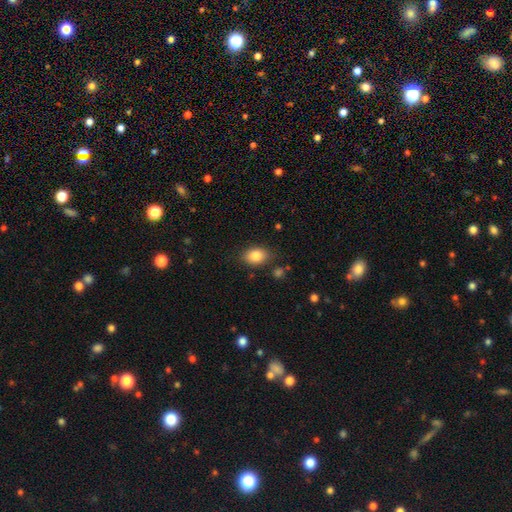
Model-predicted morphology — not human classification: A smooth galaxy with no disk features (84%) that is in between round and cigar-shaped (79%).

Vote fractions:
- Smooth or featured? smooth: 84% / star or artifact: 8% / featured or disk: 7%
- How rounded? in between: 79% / round: 20% / cigar-shaped: 1%
- Merging? none: 81% / minor disturbance: 13% / major disturbance: 3% / merger: 3%